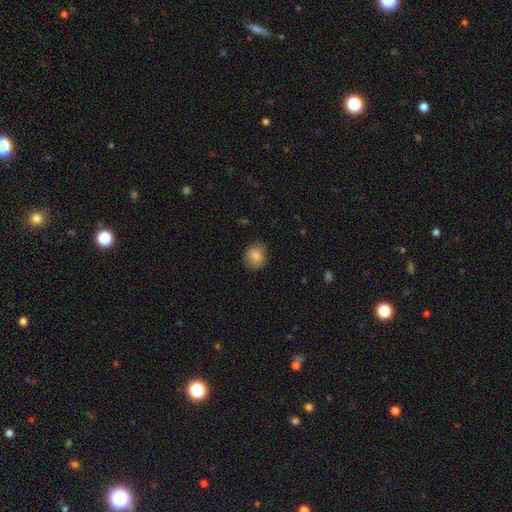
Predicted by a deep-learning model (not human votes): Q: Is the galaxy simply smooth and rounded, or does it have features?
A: smooth — 84%.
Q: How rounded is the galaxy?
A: round — 67%.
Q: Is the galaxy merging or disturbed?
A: none — 81%.